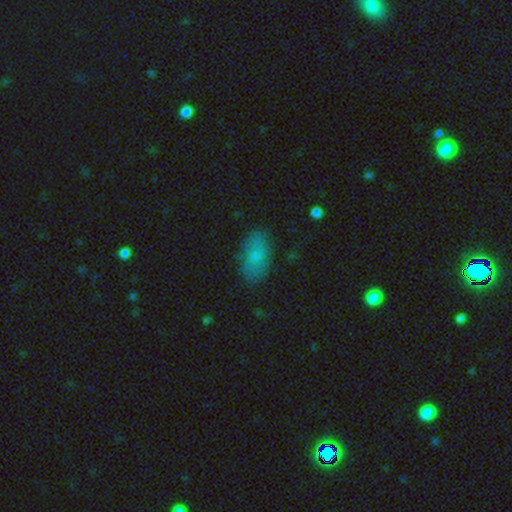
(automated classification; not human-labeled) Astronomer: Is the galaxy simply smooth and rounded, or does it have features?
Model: smooth — 79%.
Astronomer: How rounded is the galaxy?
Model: in between — 92%.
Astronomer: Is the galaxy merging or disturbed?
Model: none — 80%.